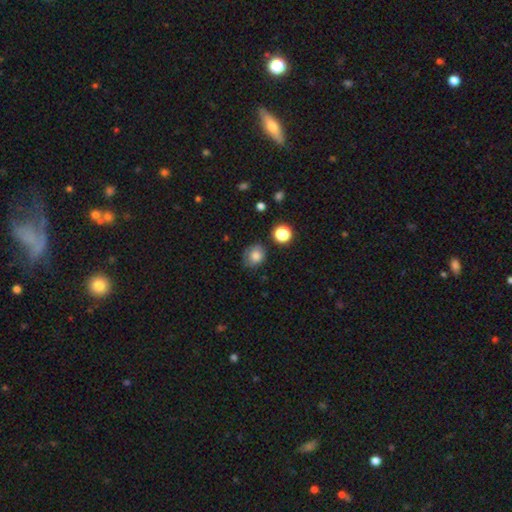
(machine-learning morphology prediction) A smooth galaxy with no disk features (80%) that is round (68%).

Vote fractions:
- Smooth or featured? smooth: 80% / star or artifact: 11% / featured or disk: 8%
- How rounded? round: 68% / in between: 31% / cigar-shaped: 1%
- Merging? none: 71% / minor disturbance: 20% / major disturbance: 5% / merger: 3%